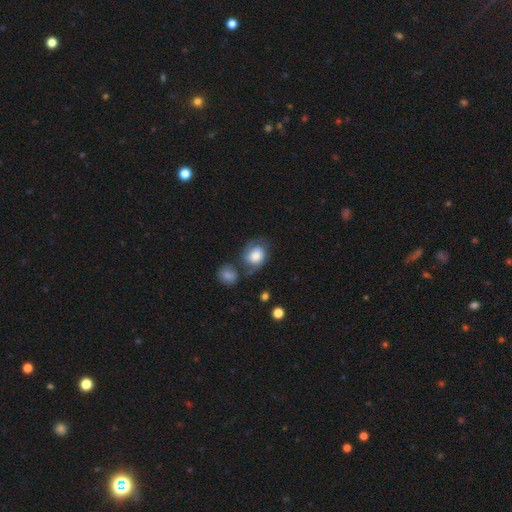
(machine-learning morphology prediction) type=smooth (57%); roundness=in between (50%); merging=none (52%).